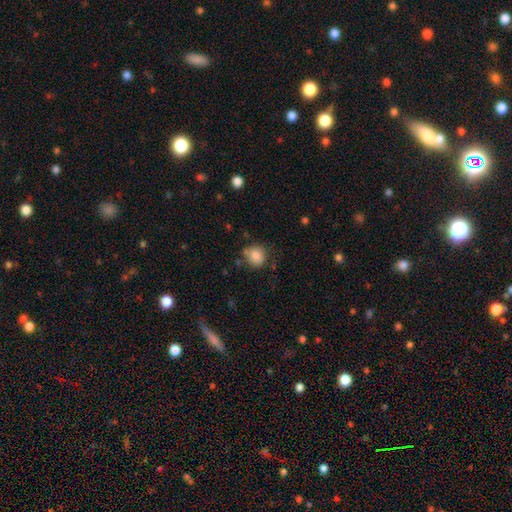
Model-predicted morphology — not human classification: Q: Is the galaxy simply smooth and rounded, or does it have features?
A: smooth — 83%.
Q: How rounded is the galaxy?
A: round — 83%.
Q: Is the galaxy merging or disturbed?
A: none — 68%.